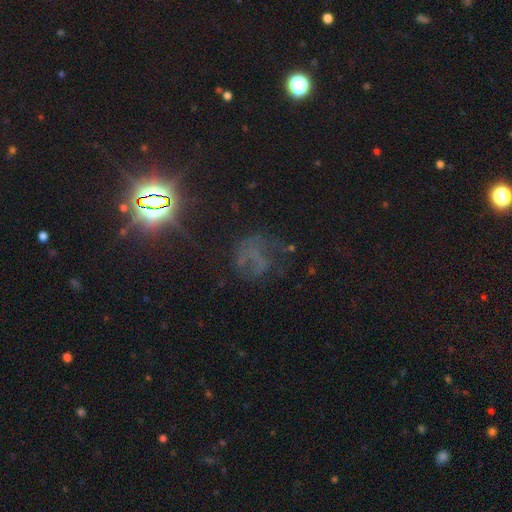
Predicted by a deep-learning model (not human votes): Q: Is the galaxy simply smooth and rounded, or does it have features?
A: star or artifact — 47%.